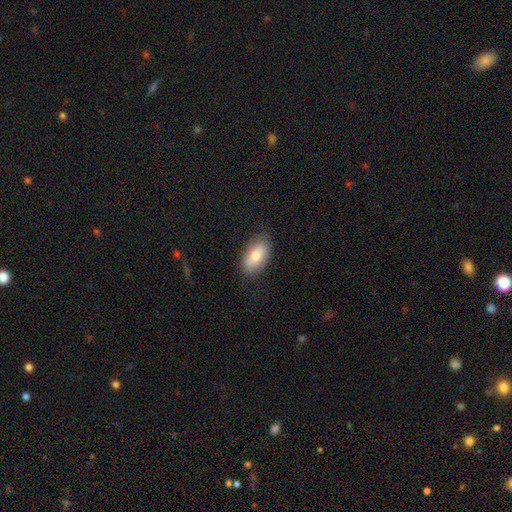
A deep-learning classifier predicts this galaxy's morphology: Smooth or featured? smooth (79%)
How rounded? in between (92%)
Merging? none (83%)